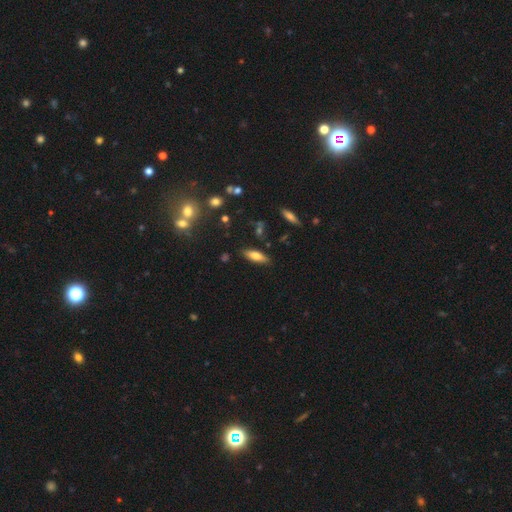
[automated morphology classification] The model was most divided on "how rounded": in between: 58%, cigar-shaped: 40%, round: 2%. More confident: merging — none (83%); smooth or featured — smooth (68%).